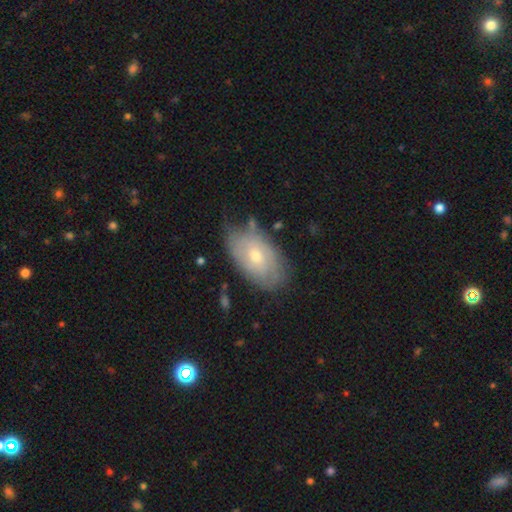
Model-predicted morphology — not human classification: smooth_or_featured: featured or disk (p=0.56) [alt: smooth p=0.37]
disk_edge_on: no (p=0.93) [alt: yes p=0.07]
bar: no (p=0.69) [alt: weak p=0.27]
has_spiral_arms: yes (p=0.71) [alt: no p=0.29]
bulge_size: moderate (p=0.58) [alt: small p=0.38]
merging: none (p=0.68) [alt: minor disturbance p=0.24]